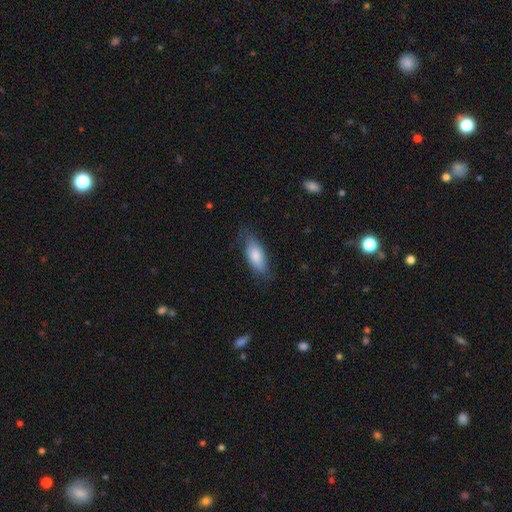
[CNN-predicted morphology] A smooth galaxy with no disk features (77%) that is in between round and cigar-shaped (81%).

Vote fractions:
- Smooth or featured? smooth: 77% / featured or disk: 17% / star or artifact: 6%
- How rounded? in between: 81% / cigar-shaped: 17% / round: 2%
- Merging? none: 68% / minor disturbance: 24% / major disturbance: 7% / merger: 1%